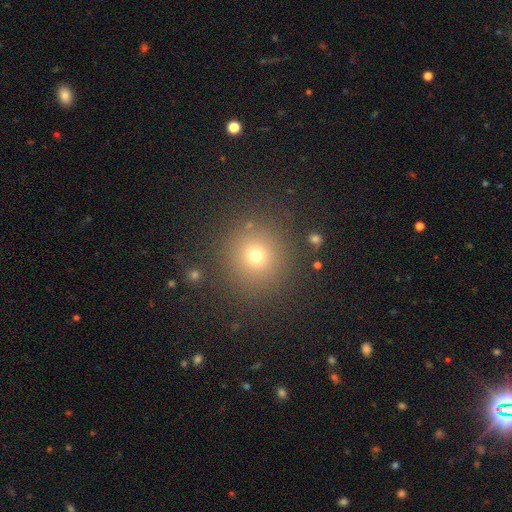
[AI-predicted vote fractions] A smooth galaxy with no disk features (70%) that is round (93%). Merging: none (87%).